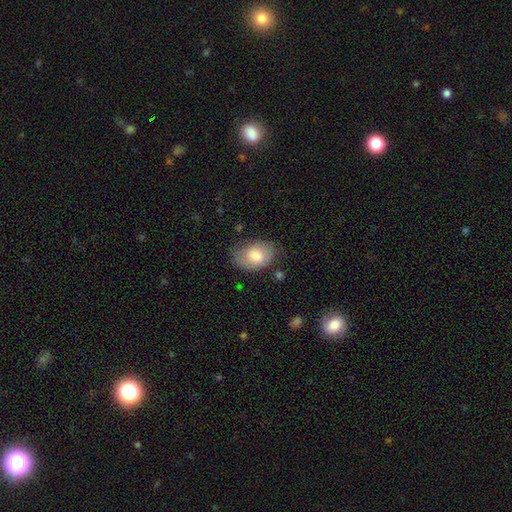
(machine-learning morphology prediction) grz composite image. It shows a smooth galaxy with no disk features (76%) that is in between round and cigar-shaped (83%). Merging: none (62%).